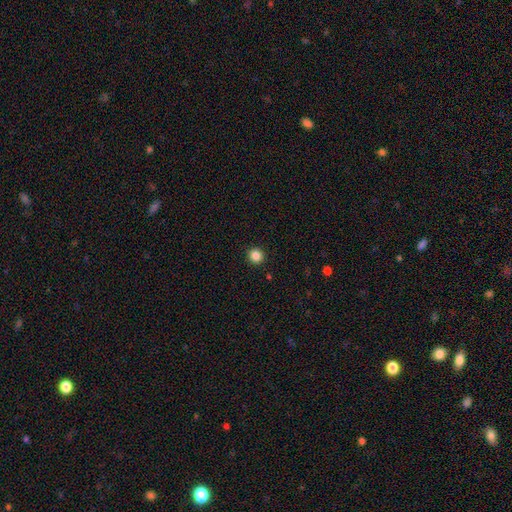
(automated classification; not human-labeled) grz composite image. It shows a smooth galaxy with no disk features (85%) that is round (92%). Merging: none (93%).